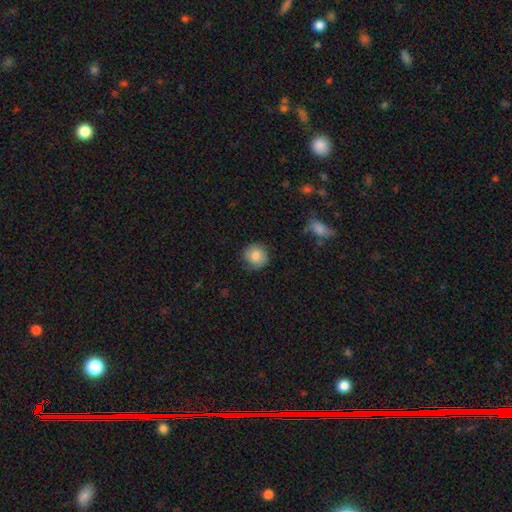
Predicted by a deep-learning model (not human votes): A smooth galaxy with no disk features (79%) that is round (88%). Merging: none (78%).